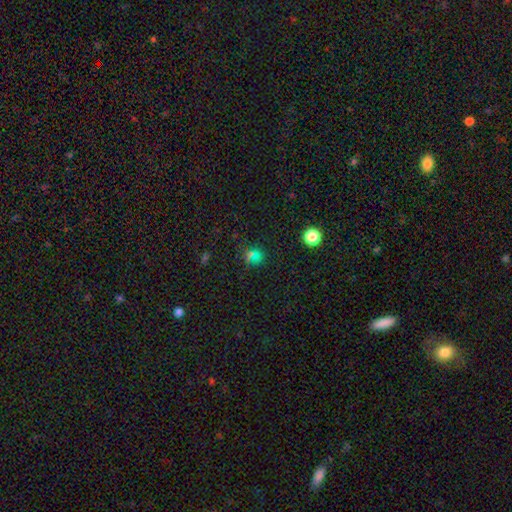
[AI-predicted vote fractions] smooth 53%, star or artifact 39%, featured or disk 8%. Down the decision tree: how rounded — round (84%); merging — none (78%).